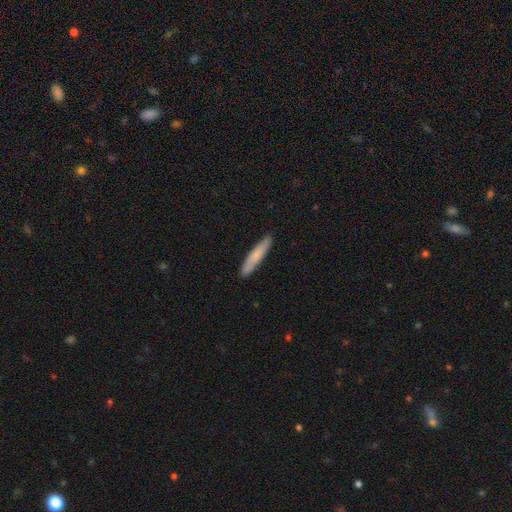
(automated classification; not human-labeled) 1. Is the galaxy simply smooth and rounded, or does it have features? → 74% smooth, 21% featured or disk, 5% star or artifact.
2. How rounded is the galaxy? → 90% cigar-shaped, 9% in between, 1% round.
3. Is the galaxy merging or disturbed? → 88% none, 10% minor disturbance, 2% major disturbance, 1% merger.